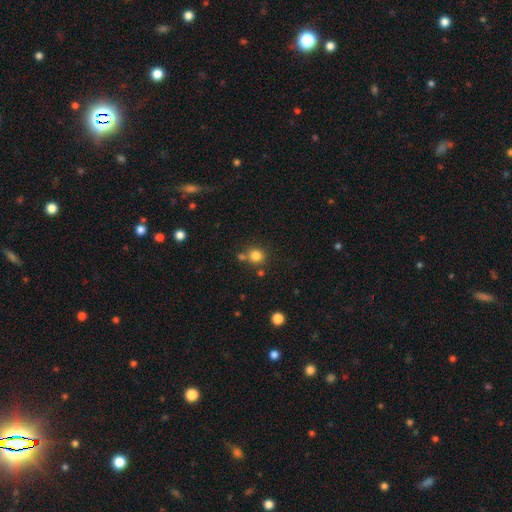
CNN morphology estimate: The model was most divided on "merging": none: 68%, merger: 18%, minor disturbance: 10%, major disturbance: 4%. More confident: how rounded — round (87%); smooth or featured — smooth (81%).